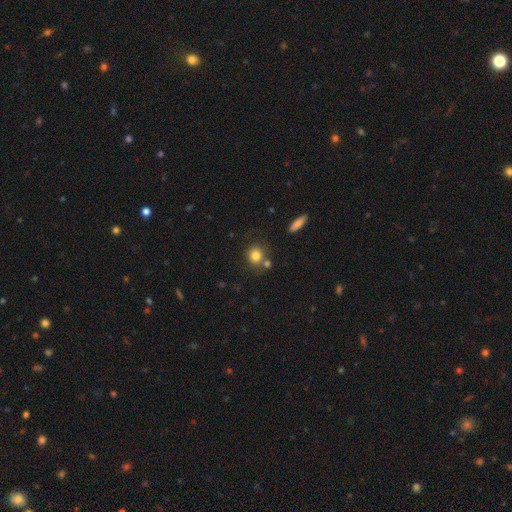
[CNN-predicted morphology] smooth-or-featured: smooth: 82% | star or artifact: 10% | featured or disk: 8%
  how-rounded: round: 83% | in between: 16% | cigar-shaped: 1%
  merging: none: 67% | merger: 19% | minor disturbance: 11% | major disturbance: 4%